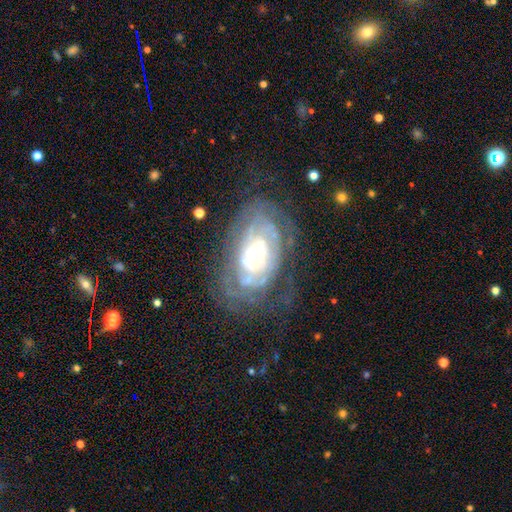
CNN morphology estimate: Smooth or featured? featured or disk (83%)
Edge-on disk? no (95%)
Bar? no (69%)
Spiral arms? yes (87%)
Spiral winding? tight (72%)
Spiral arm count? can't tell (54%)
Bulge size? moderate (49%)
Merging? none (62%)